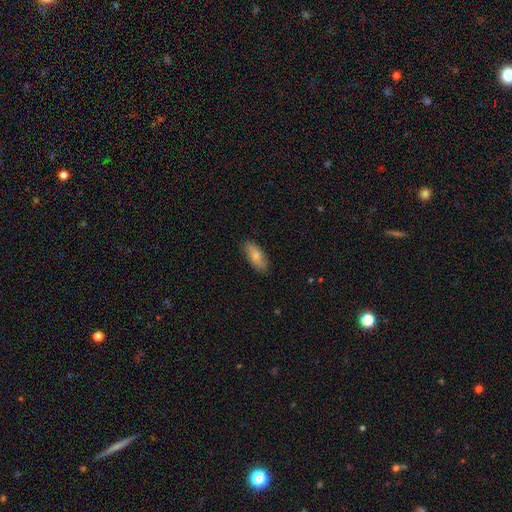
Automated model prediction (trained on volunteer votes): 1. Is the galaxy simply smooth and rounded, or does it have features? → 81% smooth, 14% featured or disk, 6% star or artifact.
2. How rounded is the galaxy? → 85% in between, 12% cigar-shaped, 2% round.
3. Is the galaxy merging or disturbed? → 84% none, 13% minor disturbance, 2% major disturbance, 1% merger.